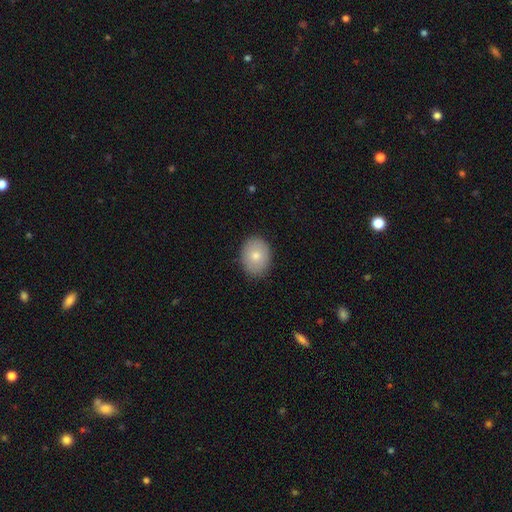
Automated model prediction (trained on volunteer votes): The model was most divided on "how rounded": in between: 57%, round: 42%, cigar-shaped: 1%. More confident: merging — none (87%); smooth or featured — smooth (77%).